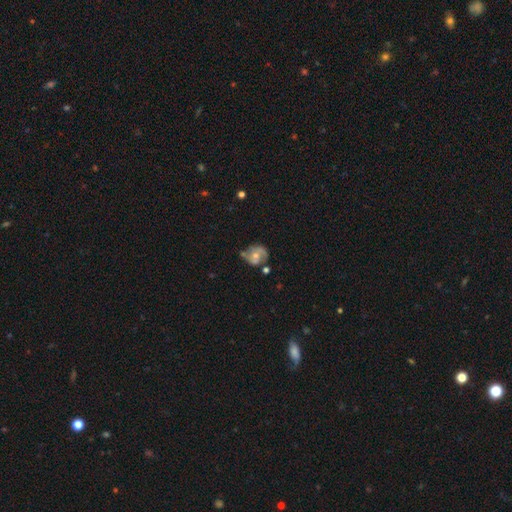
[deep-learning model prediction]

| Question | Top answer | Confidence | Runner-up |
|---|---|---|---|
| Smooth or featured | featured or disk | 68% | smooth (24%) |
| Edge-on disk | no | 97% | yes (3%) |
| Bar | no | 68% | weak (26%) |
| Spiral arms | yes | 83% | no (17%) |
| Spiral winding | medium | 46% | tight (31%) |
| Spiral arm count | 2 | 72% | can't tell (13%) |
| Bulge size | moderate | 55% | small (39%) |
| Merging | none | 54% | minor disturbance (25%) |